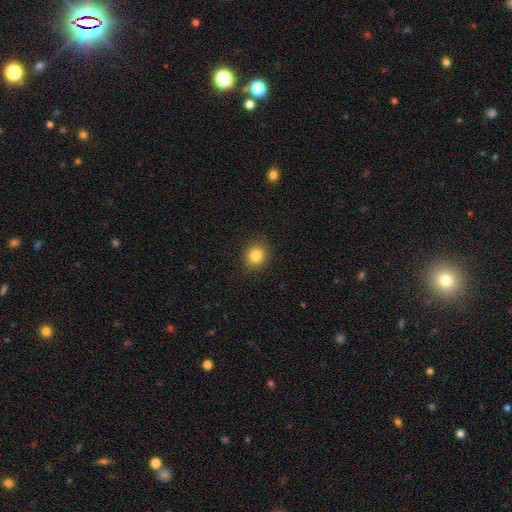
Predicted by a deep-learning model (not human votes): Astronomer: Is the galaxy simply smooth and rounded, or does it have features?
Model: smooth — 84%.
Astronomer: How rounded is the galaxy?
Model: round — 81%.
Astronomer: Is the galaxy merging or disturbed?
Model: none — 88%.